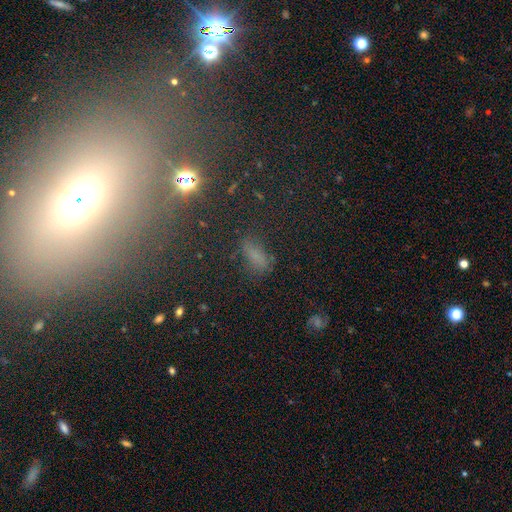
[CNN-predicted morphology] smooth-or-featured: smooth: 54% | star or artifact: 32% | featured or disk: 14%
  how-rounded: in between: 68% | cigar-shaped: 24% | round: 8%
  merging: none: 64% | minor disturbance: 21% | major disturbance: 11% | merger: 4%